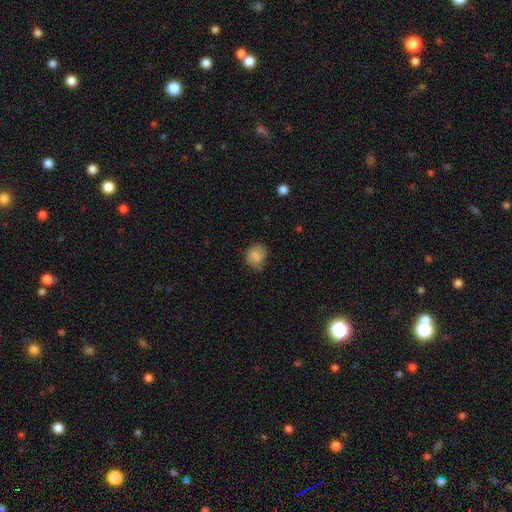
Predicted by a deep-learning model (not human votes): A smooth galaxy with no disk features (85%) that is round (67%).

Vote fractions:
- Smooth or featured? smooth: 85% / star or artifact: 8% / featured or disk: 7%
- How rounded? round: 67% / in between: 32% / cigar-shaped: 1%
- Merging? none: 66% / minor disturbance: 26% / major disturbance: 6% / merger: 1%